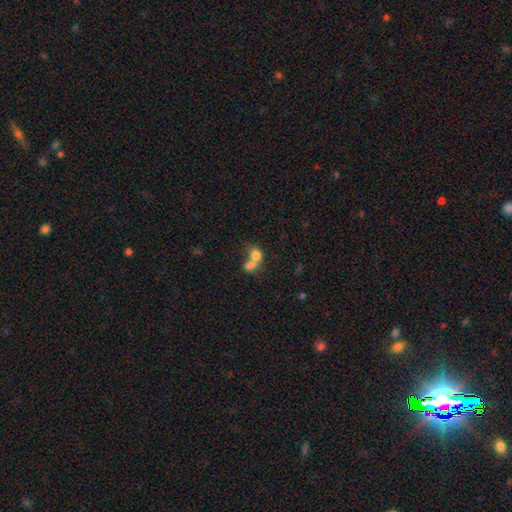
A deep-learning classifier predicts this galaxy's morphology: smooth-or-featured: smooth: 72% | featured or disk: 17% | star or artifact: 11%
  how-rounded: in between: 55% | round: 43% | cigar-shaped: 2%
  merging: merger: 71% | none: 17% | major disturbance: 6% | minor disturbance: 6%